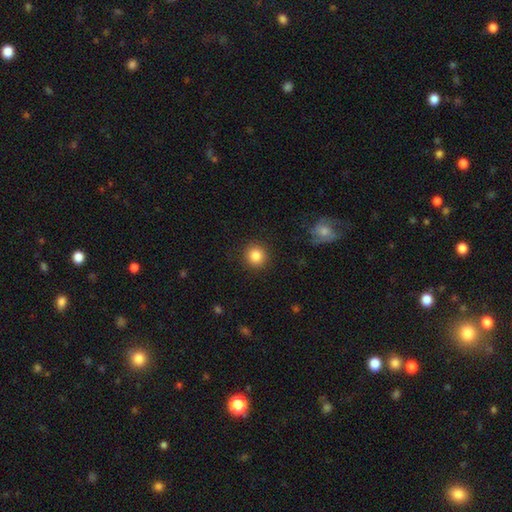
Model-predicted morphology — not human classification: Overall: smooth (85%). How rounded: round (91%). Merging: none (90%).